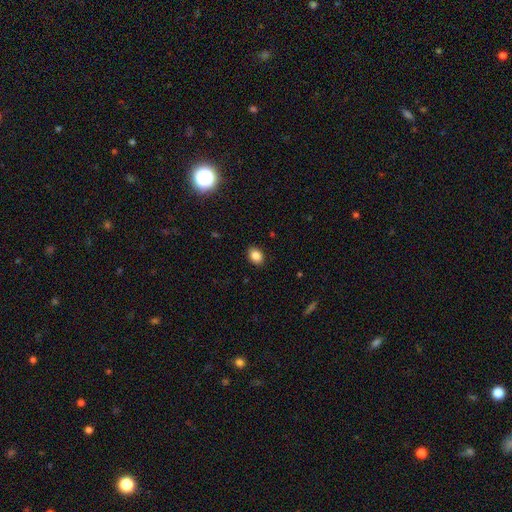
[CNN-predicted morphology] Smooth or featured: smooth — 86% (star or artifact — 9%)
How rounded: in between — 72% (round — 27%)
Merging: none — 89% (minor disturbance — 8%)